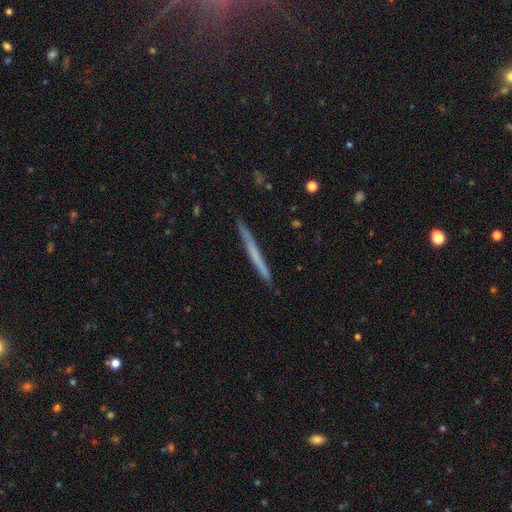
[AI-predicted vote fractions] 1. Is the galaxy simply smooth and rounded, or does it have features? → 52% smooth, 42% featured or disk, 6% star or artifact.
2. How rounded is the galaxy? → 97% cigar-shaped, 2% in between, 1% round.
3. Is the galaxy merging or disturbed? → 91% none, 7% minor disturbance, 1% major disturbance, 1% merger.